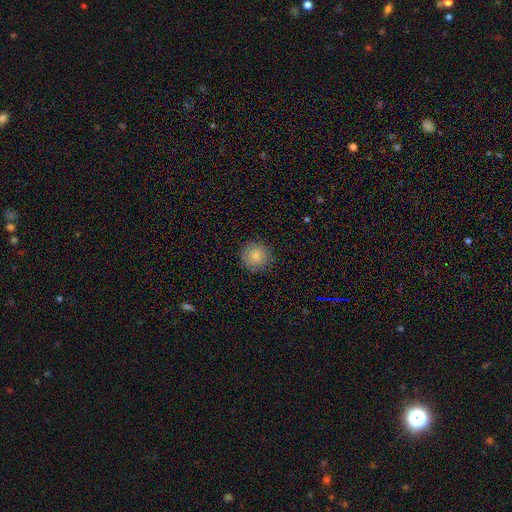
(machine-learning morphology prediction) Overall: smooth (83%). How rounded: round (94%). Merging: none (87%).